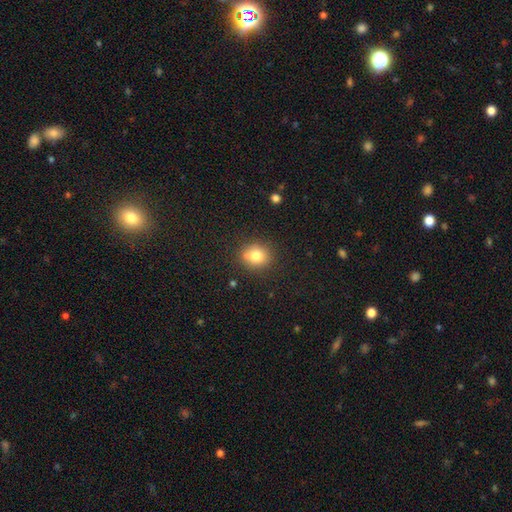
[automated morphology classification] A smooth galaxy with no disk features (79%) that is round (76%). Merging: none (78%).